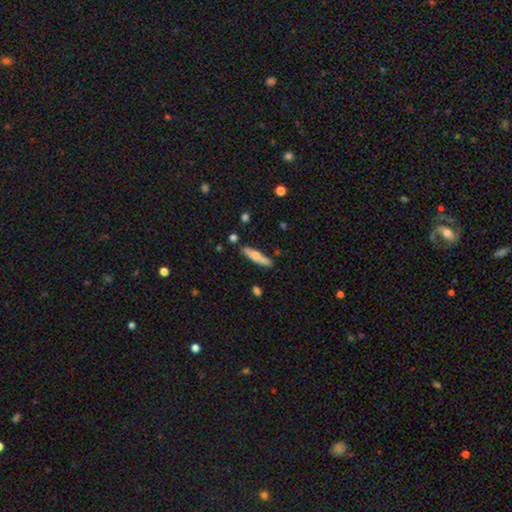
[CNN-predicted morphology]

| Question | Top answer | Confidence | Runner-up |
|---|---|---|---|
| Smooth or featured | smooth | 61% | featured or disk (33%) |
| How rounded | cigar-shaped | 80% | in between (19%) |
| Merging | none | 82% | minor disturbance (12%) |